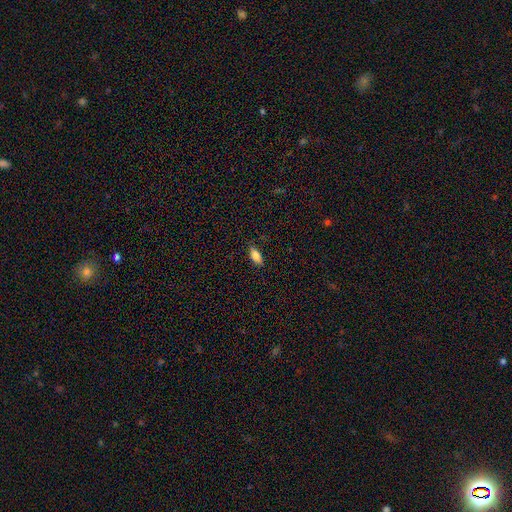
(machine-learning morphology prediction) Smooth or featured?
  - smooth: 79% *
  - featured or disk: 13%
  - star or artifact: 8%
How rounded?
  - in between: 83% *
  - cigar-shaped: 15%
  - round: 3%
Merging?
  - none: 84% *
  - minor disturbance: 13%
  - major disturbance: 3%
  - merger: 1%